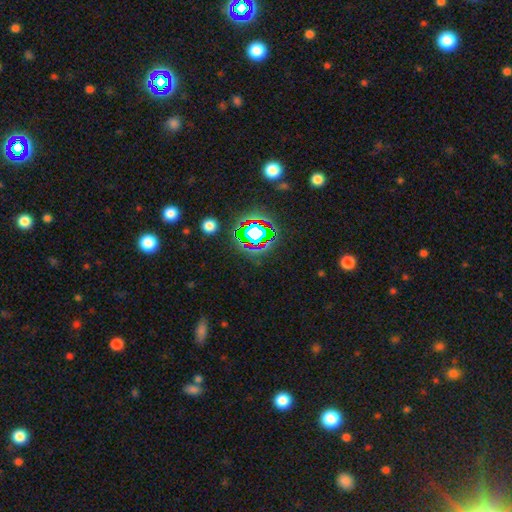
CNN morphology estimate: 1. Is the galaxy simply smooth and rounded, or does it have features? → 77% star or artifact, 15% smooth, 9% featured or disk.